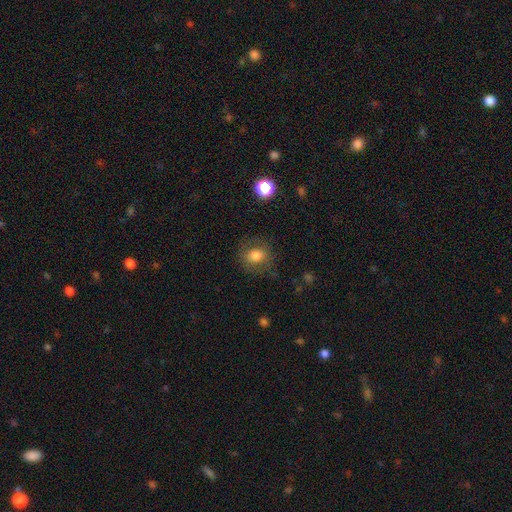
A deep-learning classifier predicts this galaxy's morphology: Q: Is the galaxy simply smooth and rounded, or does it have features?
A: smooth — 75%.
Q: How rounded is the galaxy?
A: round — 60%.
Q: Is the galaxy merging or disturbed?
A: none — 77%.